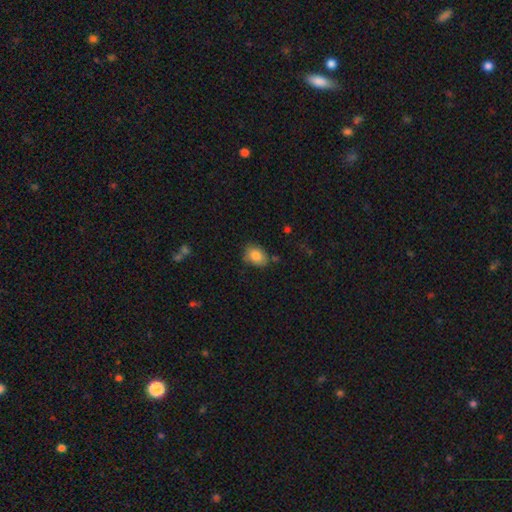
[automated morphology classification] This is clearly a smooth galaxy (83%). How rounded: likely in between (66%). Merging: likely none (73%).